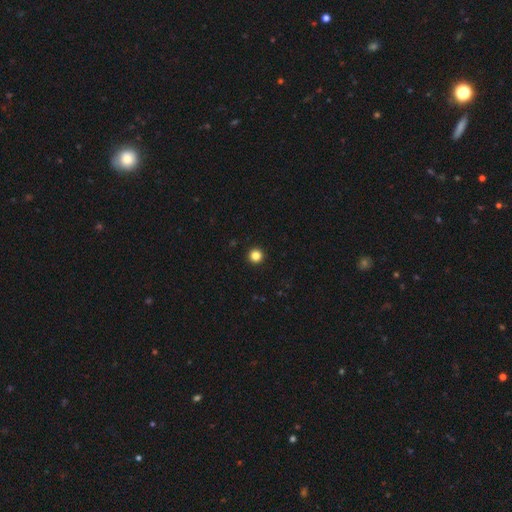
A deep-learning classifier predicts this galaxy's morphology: type=smooth (85%); roundness=round (97%); merging=none (94%).